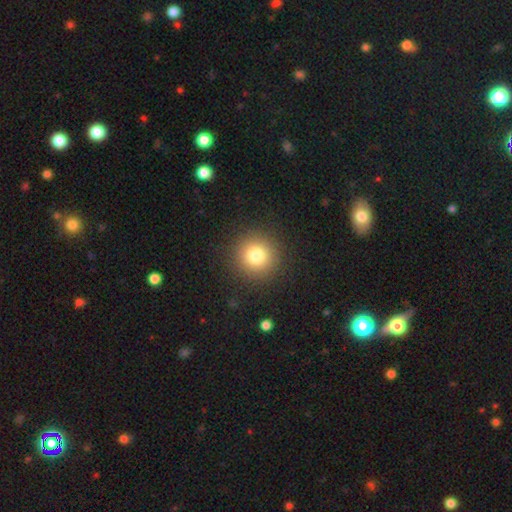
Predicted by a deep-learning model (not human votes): A smooth galaxy with no disk features (80%) that is round (94%). Merging: none (90%).